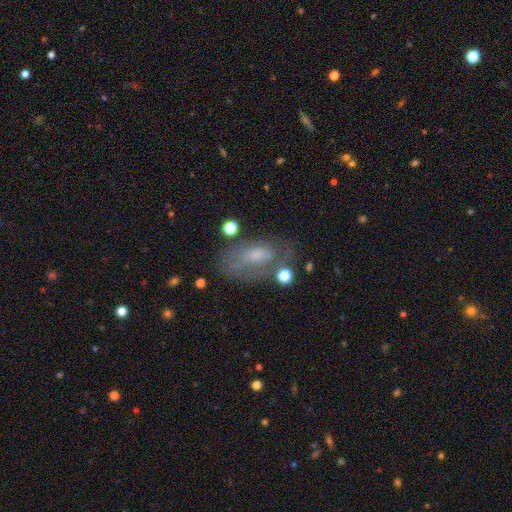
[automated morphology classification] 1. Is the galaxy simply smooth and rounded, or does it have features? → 51% smooth, 38% featured or disk, 11% star or artifact.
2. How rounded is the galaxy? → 88% in between, 7% round, 5% cigar-shaped.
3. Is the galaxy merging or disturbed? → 49% none, 25% minor disturbance, 20% major disturbance, 6% merger.